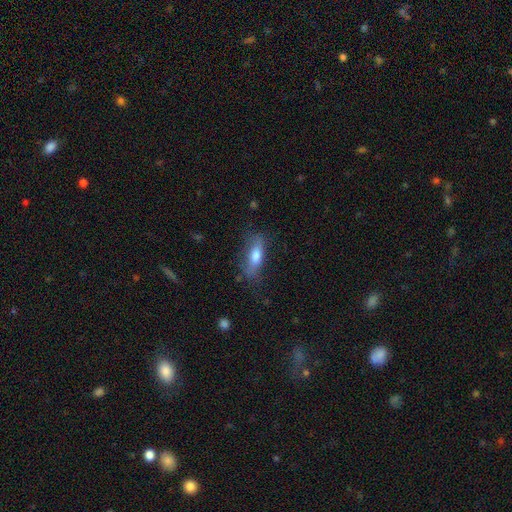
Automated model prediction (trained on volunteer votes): This is likely a smooth galaxy (69%). How rounded: possibly in between (59%). Merging: likely none (65%).